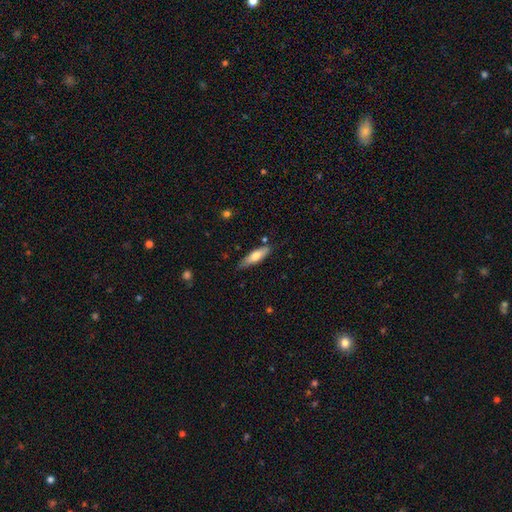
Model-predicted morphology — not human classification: Smooth or featured? smooth (67%)
How rounded? cigar-shaped (61%)
Merging? none (76%)